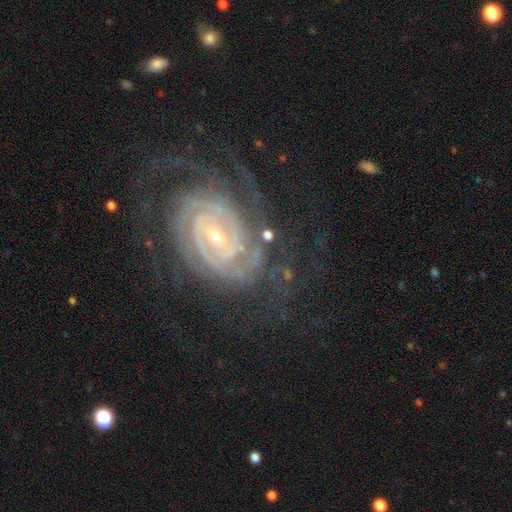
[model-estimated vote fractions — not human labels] A featured or disk galaxy (90%) with a weak bar (39%), 2 (30%) tight (82%) spiral arms (98%) and a small central bulge (68%).

Vote fractions:
- Smooth or featured? featured or disk: 90% / star or artifact: 6% / smooth: 4%
- Edge-on disk? no: 97% / yes: 3%
- Bar? weak: 39% / no: 37% / strong: 23%
- Spiral arms? yes: 98% / no: 2%
- Spiral winding? tight: 82% / medium: 15% / loose: 3%
- Spiral arm count? 2: 30% / can't tell: 24% / 3: 15% / 4: 15% / more than 4: 10% / 1: 7%
- Bulge size? small: 68% / moderate: 28% / large: 2% / none: 1% / dominant: 1%
- Merging? none: 71% / minor disturbance: 16% / major disturbance: 12% / merger: 2%